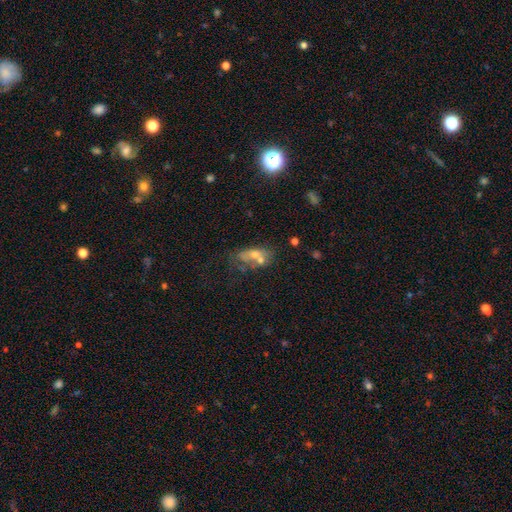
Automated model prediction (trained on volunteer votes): This is possibly a smooth galaxy (51%). How rounded: likely in between (77%). Merging: marginally merger (42%).